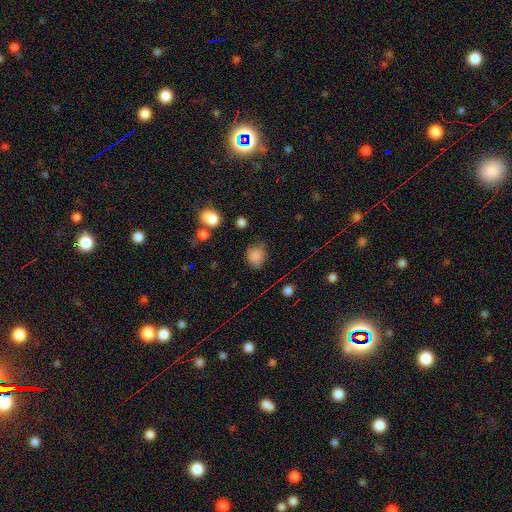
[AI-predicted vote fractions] Smooth or featured?
  - smooth: 81% *
  - star or artifact: 12%
  - featured or disk: 6%
How rounded?
  - round: 69% *
  - in between: 30%
  - cigar-shaped: 1%
Merging?
  - none: 67% *
  - minor disturbance: 23%
  - major disturbance: 6%
  - merger: 3%